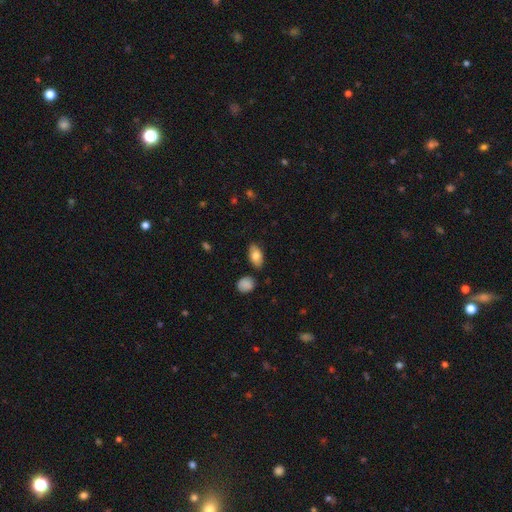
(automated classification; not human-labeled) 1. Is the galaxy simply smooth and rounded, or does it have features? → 80% smooth, 13% featured or disk, 7% star or artifact.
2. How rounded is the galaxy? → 92% in between, 4% round, 3% cigar-shaped.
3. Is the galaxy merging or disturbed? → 84% none, 11% minor disturbance, 3% merger, 2% major disturbance.